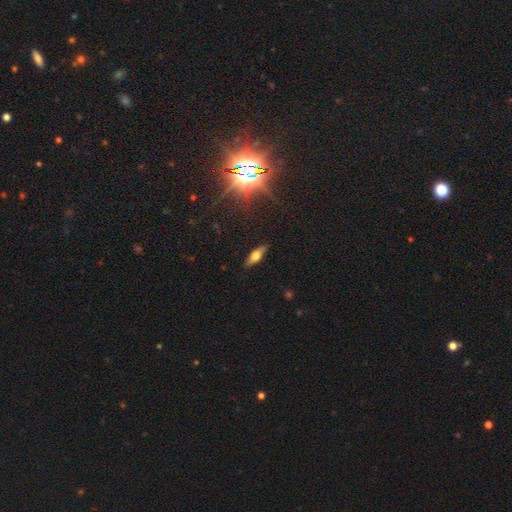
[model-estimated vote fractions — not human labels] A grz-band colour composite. It shows a smooth galaxy with no disk features (50%) that is in between round and cigar-shaped (61%). Merging: none (86%).